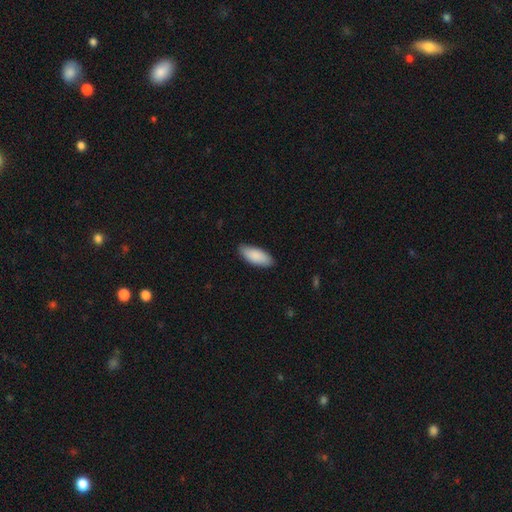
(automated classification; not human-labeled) The model was most divided on "how rounded": in between: 84%, cigar-shaped: 15%, round: 2%. More confident: smooth or featured — smooth (88%); merging — none (84%).